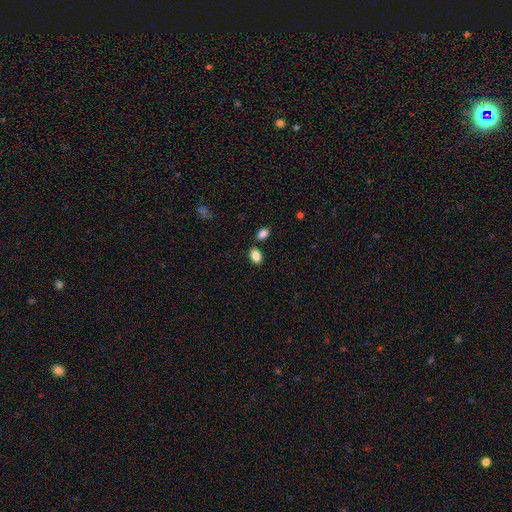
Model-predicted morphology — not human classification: smooth-or-featured: smooth: 86% | star or artifact: 8% | featured or disk: 6%
  how-rounded: in between: 88% | round: 11% | cigar-shaped: 2%
  merging: none: 77% | minor disturbance: 10% | merger: 10% | major disturbance: 3%